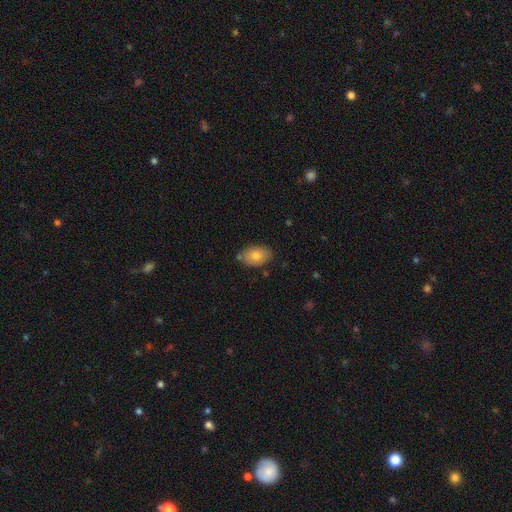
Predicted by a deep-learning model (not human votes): Overall: smooth (77%). How rounded: in between (87%). Merging: none (76%).